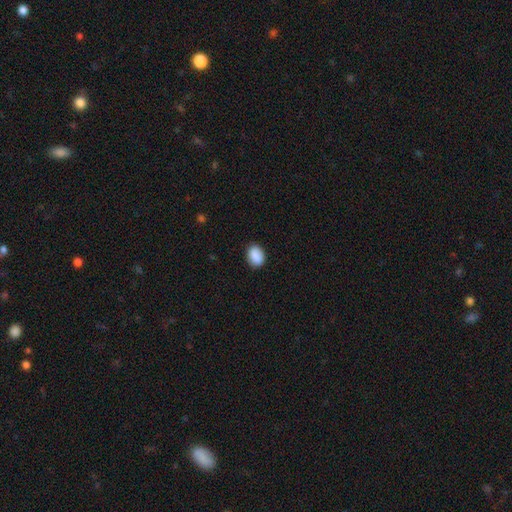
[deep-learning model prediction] Morphology: type=smooth (89%); roundness=in between (73%); merging=none (87%).